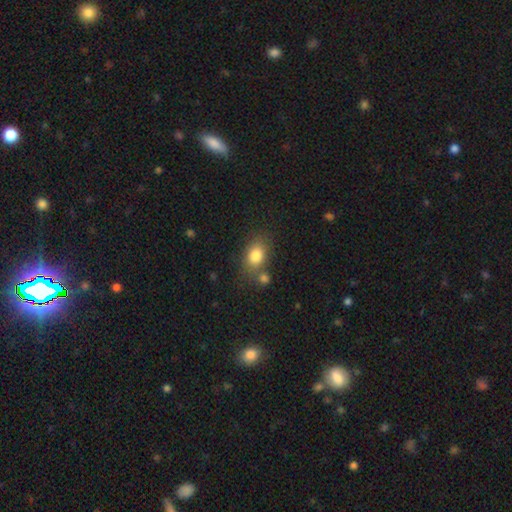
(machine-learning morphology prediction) A smooth galaxy with no disk features (82%) that is in between round and cigar-shaped (68%).

Vote fractions:
- Smooth or featured? smooth: 82% / star or artifact: 10% / featured or disk: 9%
- How rounded? in between: 68% / round: 30% / cigar-shaped: 1%
- Merging? none: 62% / merger: 18% / minor disturbance: 15% / major disturbance: 5%